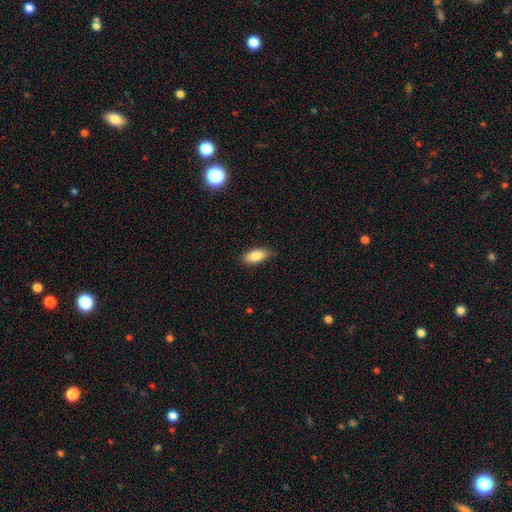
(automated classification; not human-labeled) Morphology: type=smooth (84%); roundness=in between (87%); merging=none (81%).